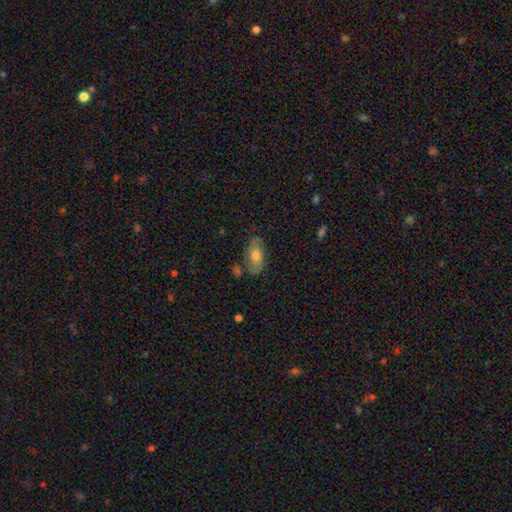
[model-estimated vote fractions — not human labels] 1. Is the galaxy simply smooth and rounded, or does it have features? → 55% featured or disk, 36% smooth, 9% star or artifact.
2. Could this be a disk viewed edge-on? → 91% no, 9% yes.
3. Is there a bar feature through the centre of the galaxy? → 73% no, 22% weak, 5% strong.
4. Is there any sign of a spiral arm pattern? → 77% yes, 23% no.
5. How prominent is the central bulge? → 69% moderate, 18% small, 11% large, 2% none, 1% dominant.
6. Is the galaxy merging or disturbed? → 71% none, 18% minor disturbance, 6% major disturbance, 5% merger.